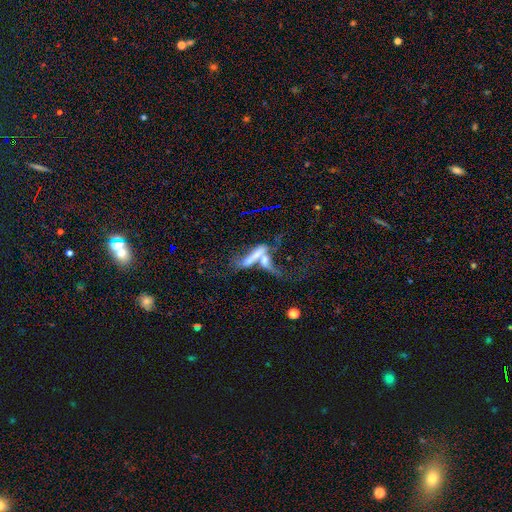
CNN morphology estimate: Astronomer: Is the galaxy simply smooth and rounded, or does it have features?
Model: featured or disk — 50% (runner-up: smooth, 38%).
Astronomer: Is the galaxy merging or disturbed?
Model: merger — 65%.